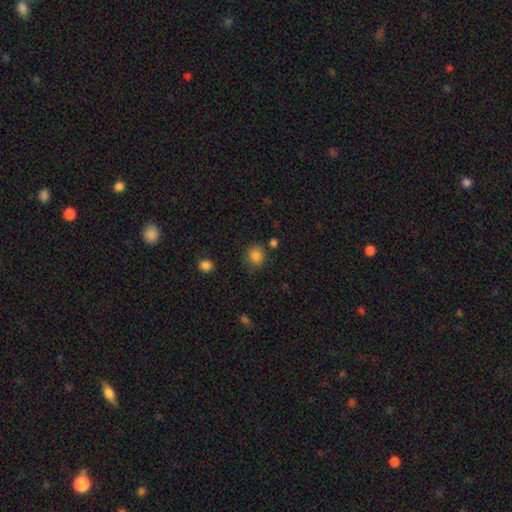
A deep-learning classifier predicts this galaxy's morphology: This is clearly a smooth galaxy (85%). How rounded: clearly round (81%). Merging: likely none (76%).